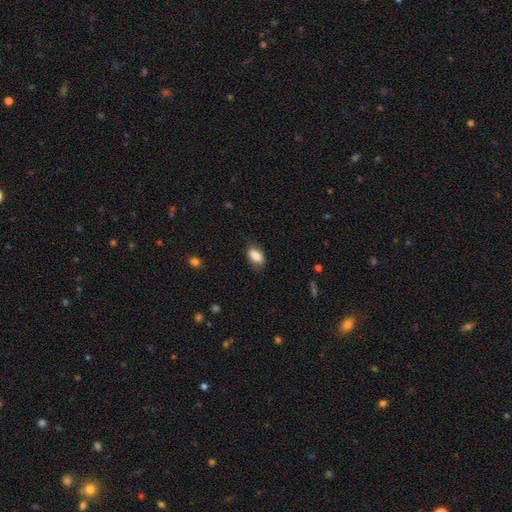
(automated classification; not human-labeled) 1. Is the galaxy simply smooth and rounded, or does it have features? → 84% smooth, 8% featured or disk, 7% star or artifact.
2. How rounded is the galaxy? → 90% in between, 7% round, 4% cigar-shaped.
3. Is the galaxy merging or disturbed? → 76% none, 18% minor disturbance, 4% major disturbance, 1% merger.